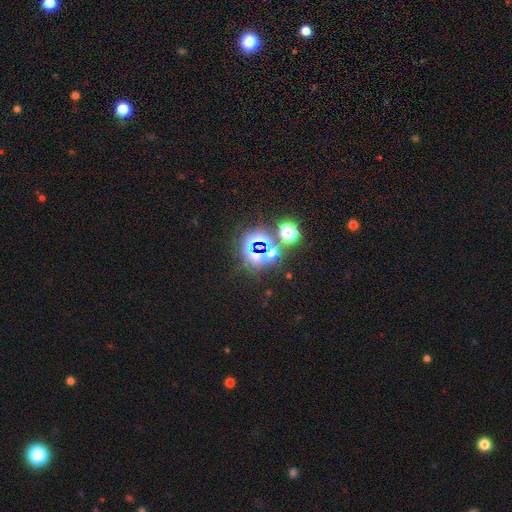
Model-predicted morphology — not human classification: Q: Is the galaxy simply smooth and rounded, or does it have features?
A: star or artifact — 72%.